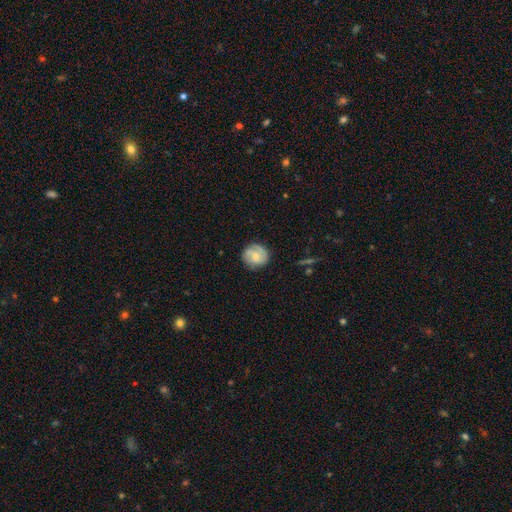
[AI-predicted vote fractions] Smooth or featured: featured or disk — 50% (smooth — 43%)
Edge-on disk: no — 97% (yes — 3%)
Merging: none — 78% (minor disturbance — 17%)